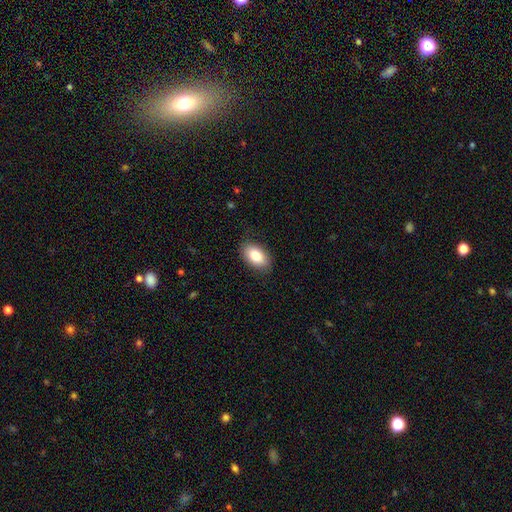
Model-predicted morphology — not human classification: smooth-or-featured: smooth: 85% | featured or disk: 8% | star or artifact: 7%
  how-rounded: in between: 94% | round: 4% | cigar-shaped: 2%
  merging: none: 86% | minor disturbance: 10% | major disturbance: 2% | merger: 1%